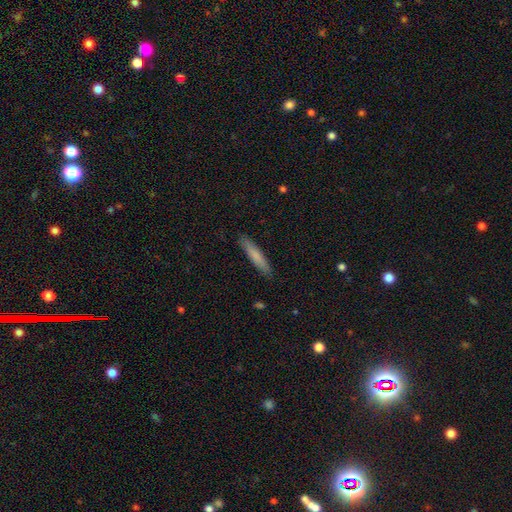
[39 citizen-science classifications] Q: Smooth or featured?
A: smooth (90%); runner-up: featured or disk (5%)
Q: How rounded?
A: cigar-shaped (97%); runner-up: in between (3%)
Q: Merging?
A: none (92%); runner-up: minor disturbance (8%)